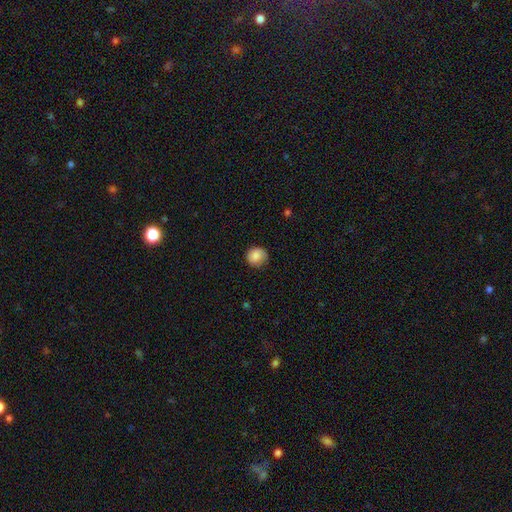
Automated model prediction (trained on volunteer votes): Smooth or featured? smooth (85%)
How rounded? round (87%)
Merging? none (81%)